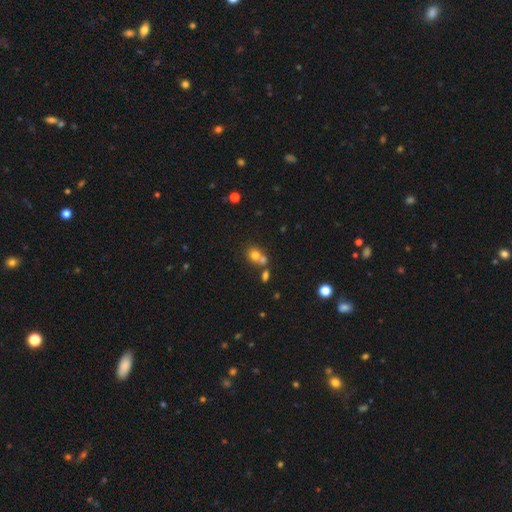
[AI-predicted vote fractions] Smooth or featured? Predicted: smooth (p=0.72). How rounded? Predicted: round (p=0.69). Merging? Predicted: merger (p=0.50).